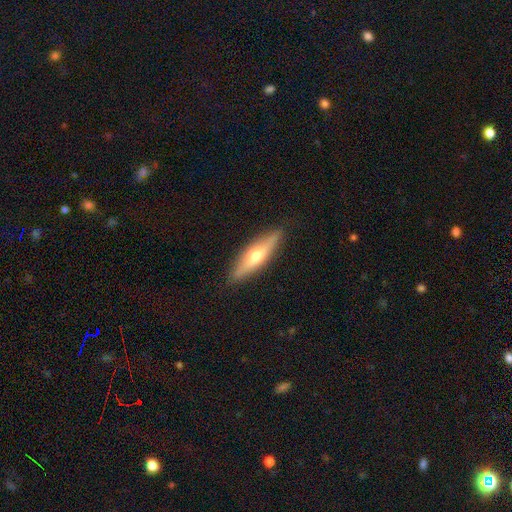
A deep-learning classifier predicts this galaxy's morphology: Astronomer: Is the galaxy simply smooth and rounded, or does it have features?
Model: featured or disk — 52% (runner-up: smooth, 42%).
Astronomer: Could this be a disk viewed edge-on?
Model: yes — 89%.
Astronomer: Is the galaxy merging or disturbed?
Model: none — 88%.